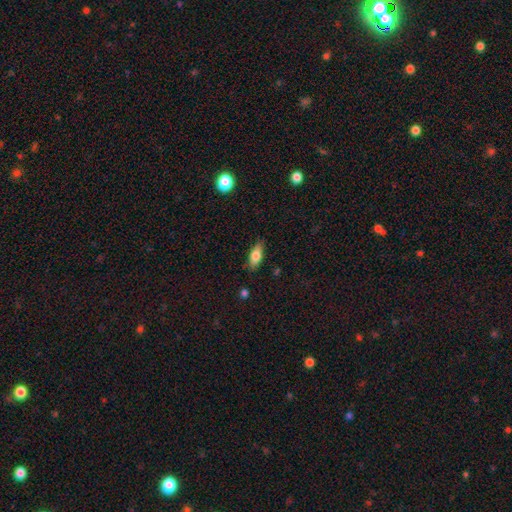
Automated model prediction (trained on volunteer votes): Smooth or featured: smooth — 76% (featured or disk — 17%)
How rounded: in between — 76% (cigar-shaped — 21%)
Merging: none — 84% (minor disturbance — 13%)